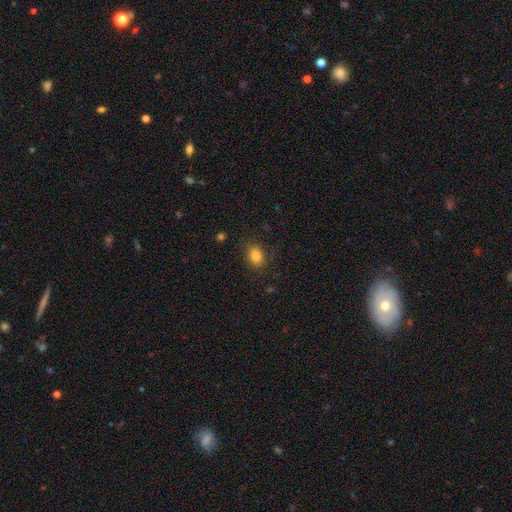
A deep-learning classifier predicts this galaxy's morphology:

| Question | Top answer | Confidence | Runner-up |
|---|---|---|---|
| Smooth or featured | smooth | 84% | star or artifact (11%) |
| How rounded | in between | 64% | round (34%) |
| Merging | none | 82% | minor disturbance (13%) |